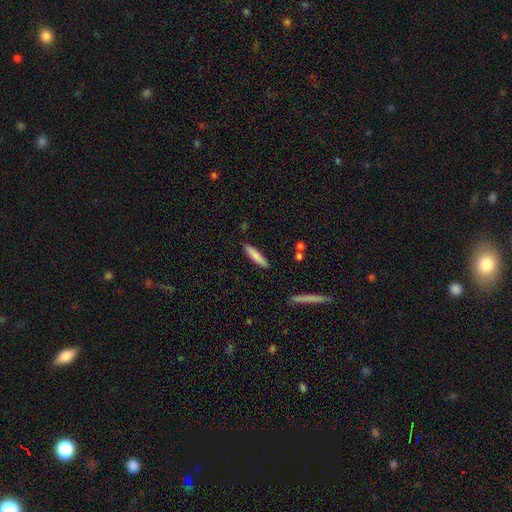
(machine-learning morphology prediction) Smooth or featured? Predicted: smooth (p=0.82). How rounded? Predicted: cigar-shaped (p=0.84). Merging? Predicted: none (p=0.89).